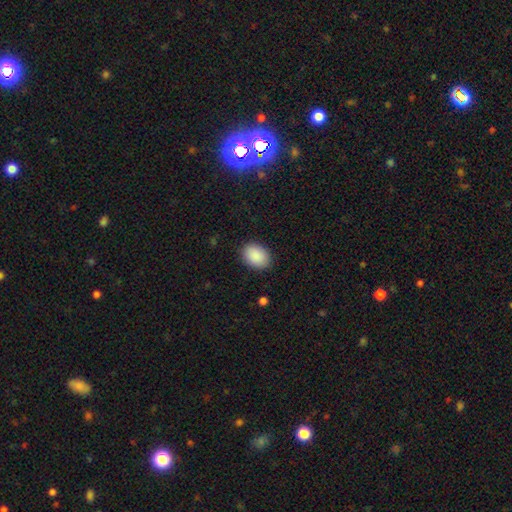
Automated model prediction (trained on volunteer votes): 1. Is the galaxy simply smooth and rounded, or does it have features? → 90% smooth, 6% star or artifact, 3% featured or disk.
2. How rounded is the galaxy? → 76% in between, 23% round, 1% cigar-shaped.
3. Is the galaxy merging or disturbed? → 88% none, 9% minor disturbance, 2% major disturbance, 1% merger.